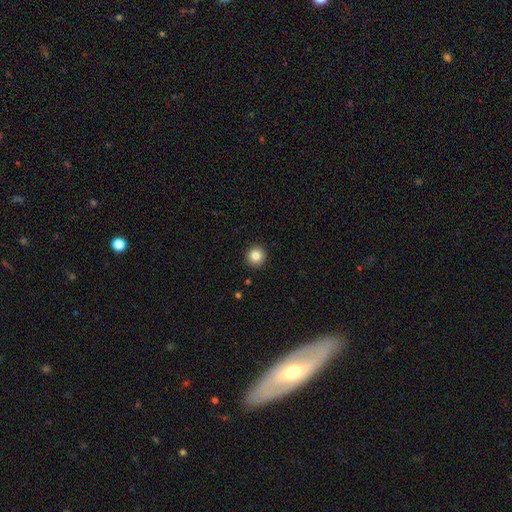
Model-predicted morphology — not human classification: Smooth or featured? smooth (84%)
How rounded? round (93%)
Merging? none (93%)